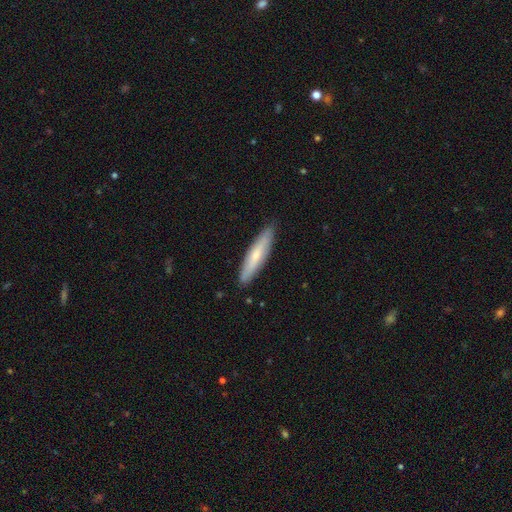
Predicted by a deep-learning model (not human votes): Smooth or featured: smooth — 60% (featured or disk — 34%)
How rounded: cigar-shaped — 85% (in between — 14%)
Merging: none — 88% (minor disturbance — 9%)